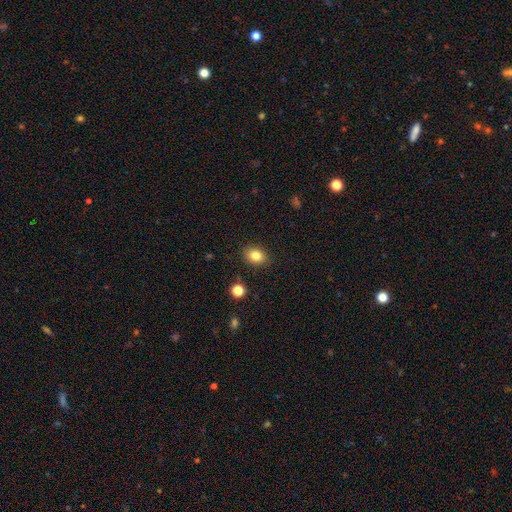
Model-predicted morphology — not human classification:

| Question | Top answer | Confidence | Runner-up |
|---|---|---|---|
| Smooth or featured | smooth | 82% | star or artifact (10%) |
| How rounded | in between | 60% | round (40%) |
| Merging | none | 88% | minor disturbance (9%) |